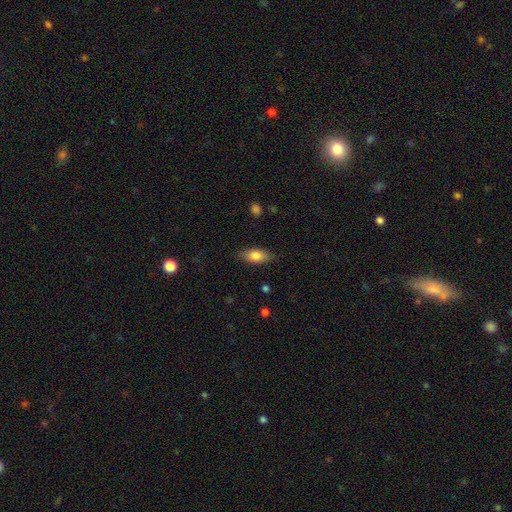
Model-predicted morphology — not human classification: A smooth galaxy with no disk features (80%) that is in between round and cigar-shaped (85%). Merging: none (86%).